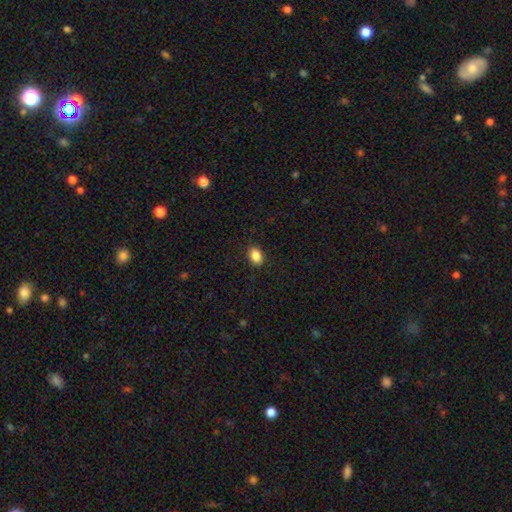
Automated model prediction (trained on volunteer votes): Overall: smooth (87%). How rounded: in between (81%). Merging: none (89%).